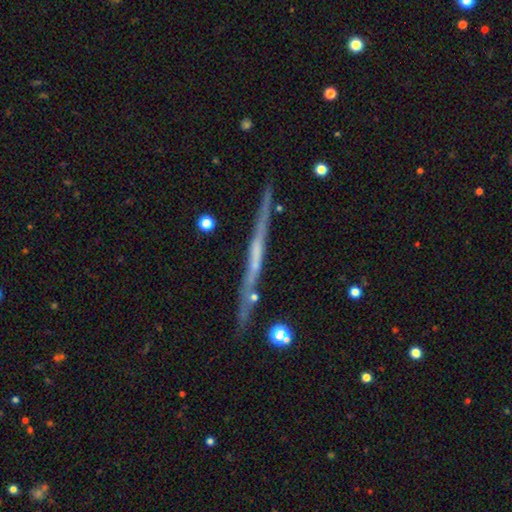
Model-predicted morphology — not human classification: smooth-or-featured: featured or disk: 70% | smooth: 22% | star or artifact: 8%
  disk-edge-on: yes: 97% | no: 3%
    edge-on-bulge: none: 82% | rounded: 12% | boxy: 6%
  merging: none: 86% | minor disturbance: 10% | merger: 3% | major disturbance: 2%